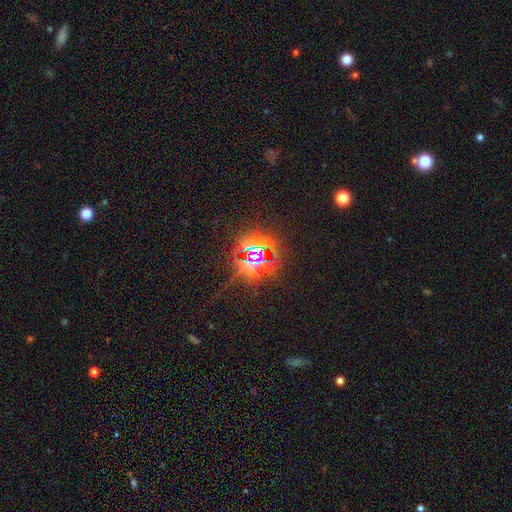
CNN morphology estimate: smooth_or_featured: star or artifact (p=0.82) [alt: smooth p=0.10]